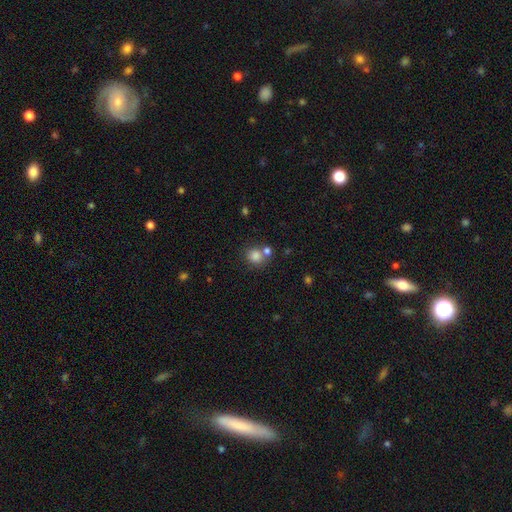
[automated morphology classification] Smooth or featured? Predicted: smooth (p=0.81). How rounded? Predicted: round (p=0.79). Merging? Predicted: none (p=0.57).